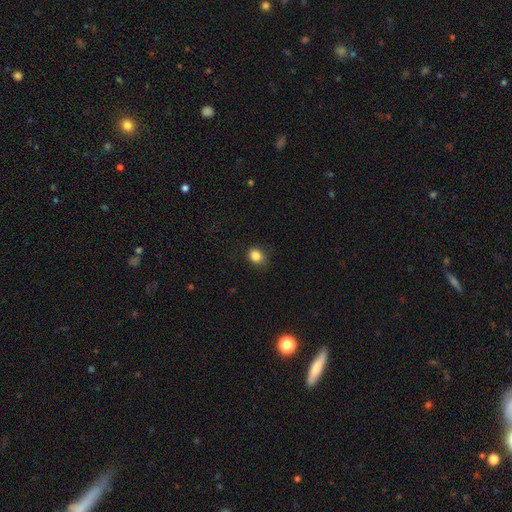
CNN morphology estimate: type=smooth (84%); roundness=round (59%); merging=none (80%).